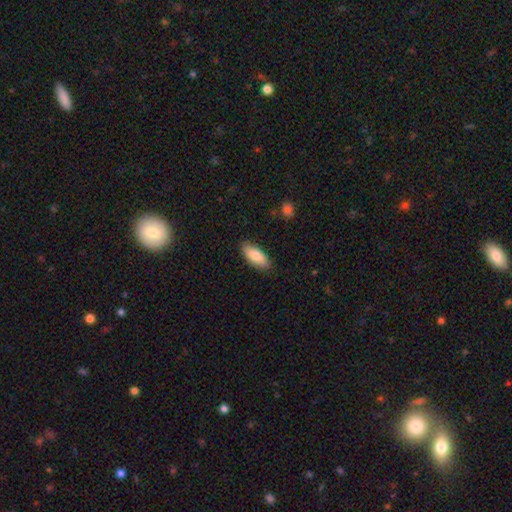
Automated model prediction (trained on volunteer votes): smooth-or-featured: smooth: 85% | featured or disk: 9% | star or artifact: 6%
  how-rounded: in between: 84% | cigar-shaped: 14% | round: 2%
  merging: none: 87% | minor disturbance: 10% | major disturbance: 2% | merger: 1%